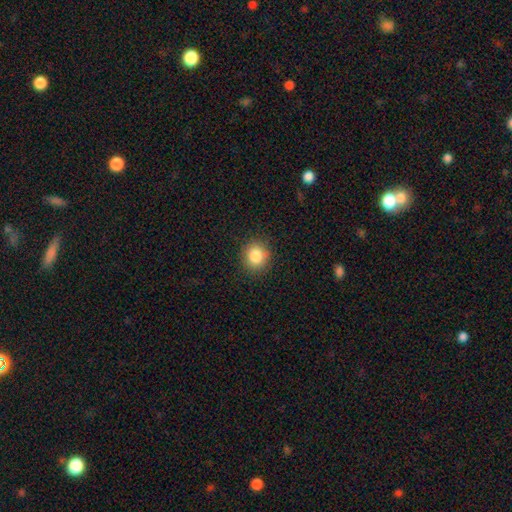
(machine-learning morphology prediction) The model was most divided on "how rounded": round: 82%, in between: 17%, cigar-shaped: 1%. More confident: merging — none (88%); smooth or featured — smooth (85%).